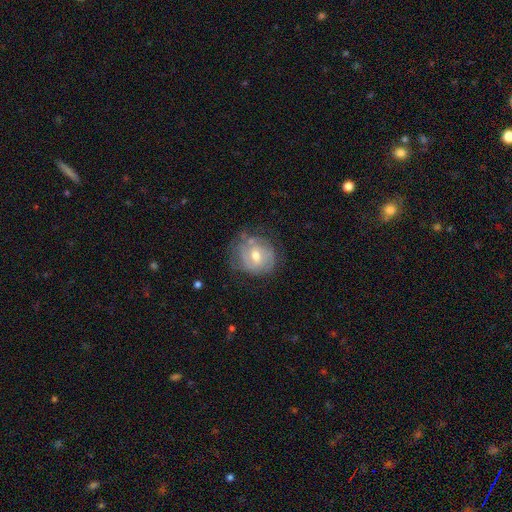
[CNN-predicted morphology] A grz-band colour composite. It shows a featured or disk galaxy (57%) with no bar (49%), spiral arms (67%) and a moderate central bulge (72%). Merging: none (62%).